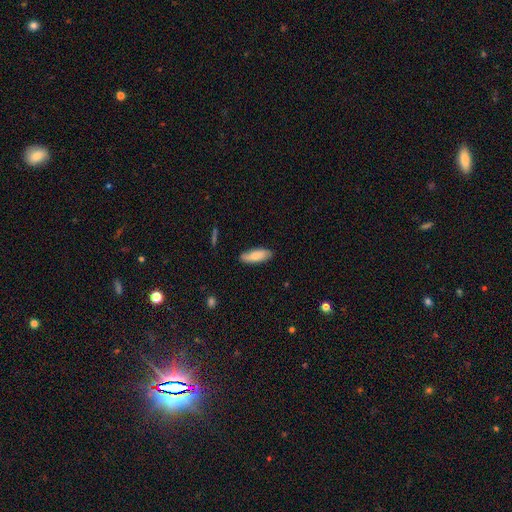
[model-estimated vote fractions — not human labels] smooth 76%, featured or disk 18%, star or artifact 6%. Down the decision tree: how rounded — in between (67%); merging — none (83%).